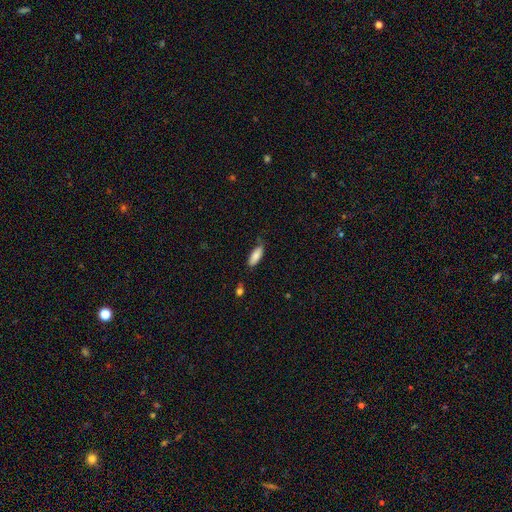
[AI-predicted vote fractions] Smooth or featured?
  - smooth: 85% *
  - featured or disk: 8%
  - star or artifact: 6%
How rounded?
  - in between: 75% *
  - cigar-shaped: 24%
  - round: 2%
Merging?
  - none: 73% *
  - minor disturbance: 21%
  - major disturbance: 4%
  - merger: 2%